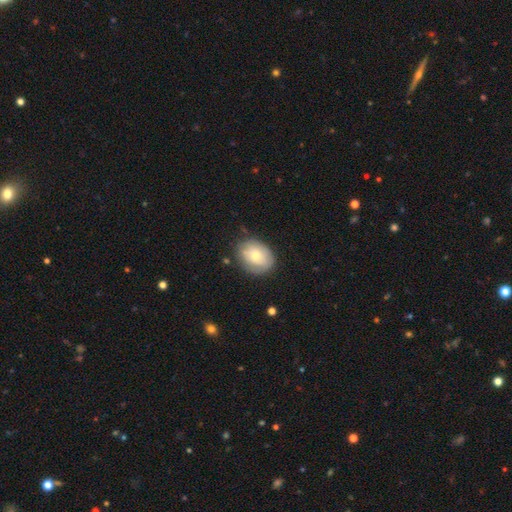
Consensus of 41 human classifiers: Smooth or featured: smooth — 68% (featured or disk — 24%)
How rounded: in between — 54% (round — 43%)
Merging: none — 71% (minor disturbance — 21%)